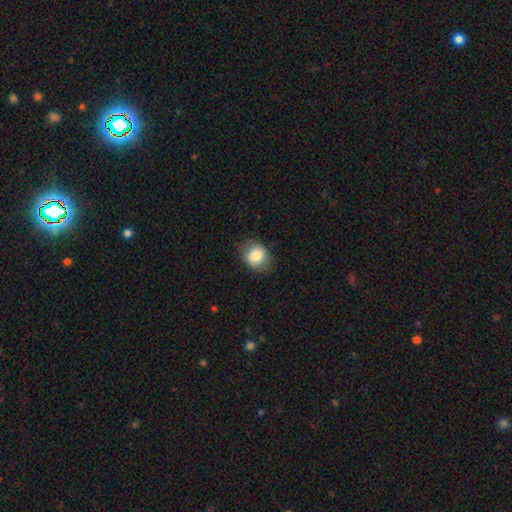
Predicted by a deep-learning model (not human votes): This appears to be a smooth galaxy with no disk features (80%) that is round (61%). Merging: none (77%).